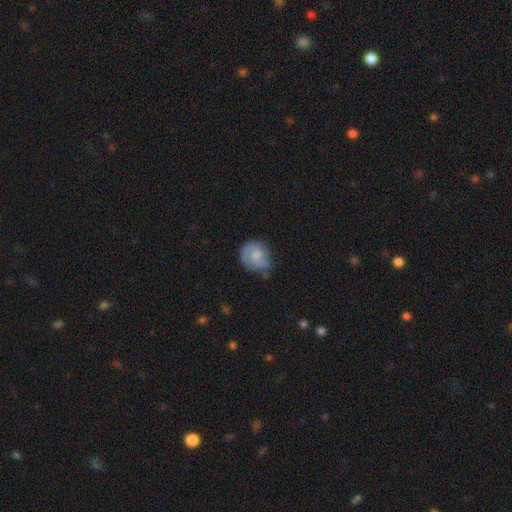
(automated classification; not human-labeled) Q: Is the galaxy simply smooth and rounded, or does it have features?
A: featured or disk — 51%.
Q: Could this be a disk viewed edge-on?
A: no — 98%.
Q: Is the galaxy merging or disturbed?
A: none — 58%.